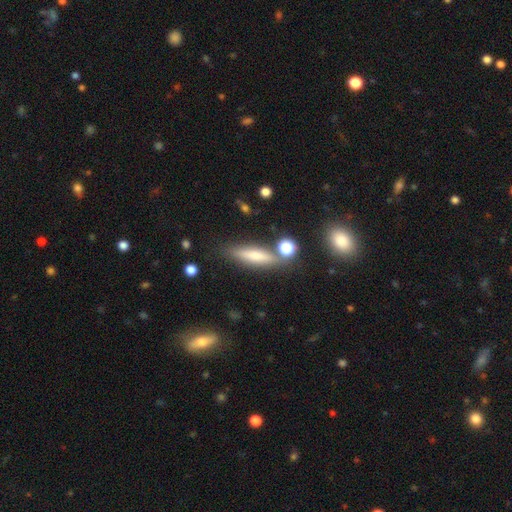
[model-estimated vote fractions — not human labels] Overall: smooth (60%; featured or disk 31%). How rounded: cigar-shaped (71%). Merging: none (75%).